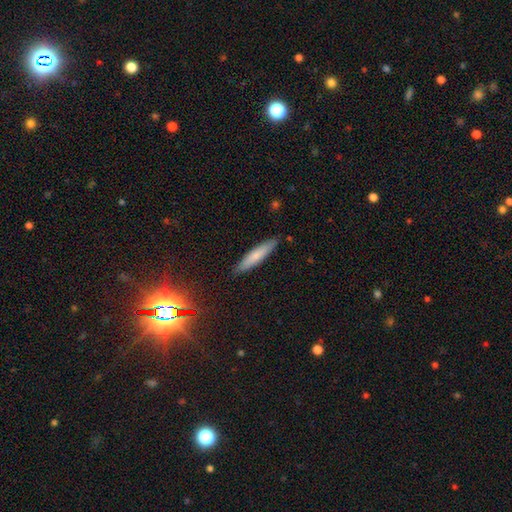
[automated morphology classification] Smooth or featured: smooth — 72% (featured or disk — 21%)
How rounded: cigar-shaped — 87% (in between — 11%)
Merging: none — 89% (minor disturbance — 8%)